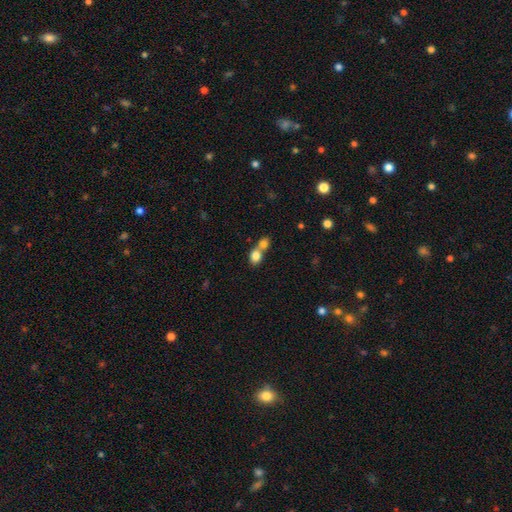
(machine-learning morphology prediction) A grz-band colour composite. It shows a smooth galaxy with no disk features (81%) that is round (54%). Merging: merger (65%).